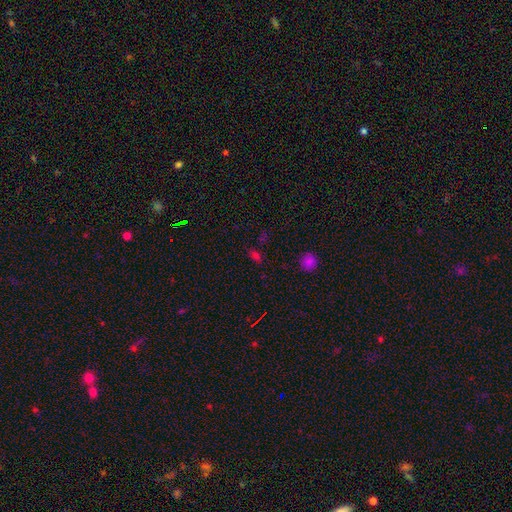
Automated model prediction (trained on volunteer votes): This is possibly a smooth galaxy (57%). How rounded: likely in between (79%). Merging: likely none (76%).